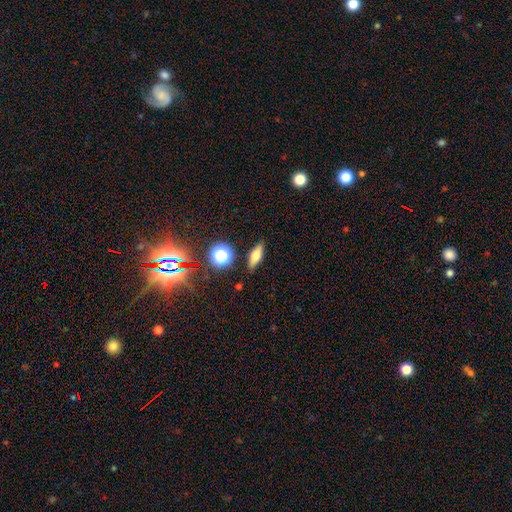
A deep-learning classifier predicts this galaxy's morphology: Smooth or featured: smooth — 59% (featured or disk — 28%)
How rounded: in between — 53% (cigar-shaped — 39%)
Merging: none — 86% (minor disturbance — 10%)